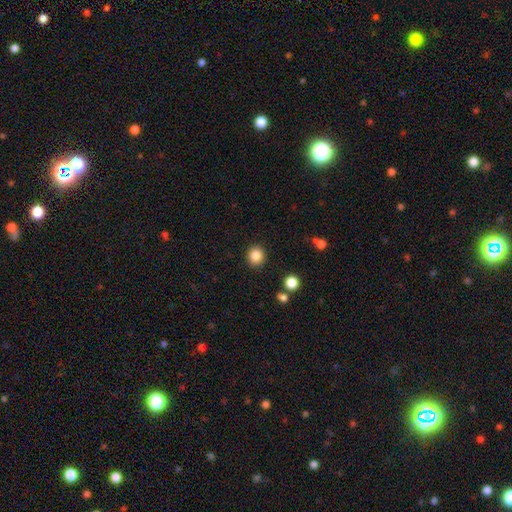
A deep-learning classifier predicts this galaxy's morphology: smooth-or-featured: smooth: 85% | star or artifact: 10% | featured or disk: 4%
  how-rounded: round: 86% | in between: 13% | cigar-shaped: 1%
  merging: none: 90% | minor disturbance: 6% | major disturbance: 2% | merger: 2%